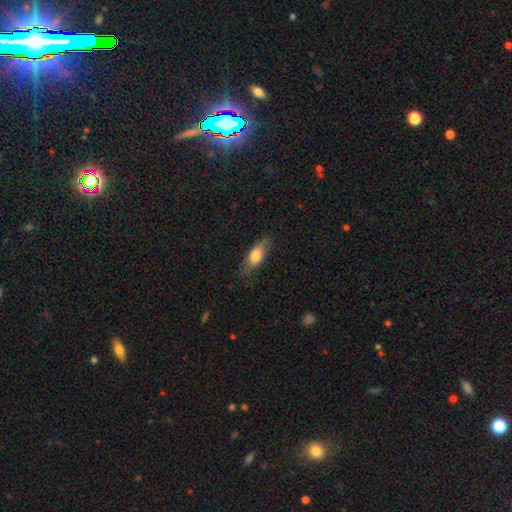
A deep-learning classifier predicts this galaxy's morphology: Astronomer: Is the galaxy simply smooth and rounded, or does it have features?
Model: smooth — 73%.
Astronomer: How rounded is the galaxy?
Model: in between — 71%.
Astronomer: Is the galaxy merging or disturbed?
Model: none — 72%.